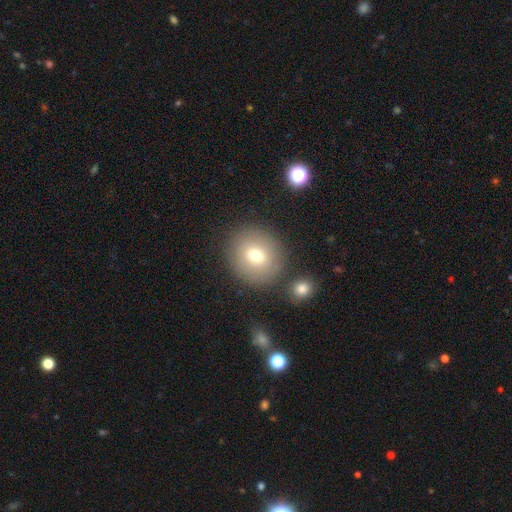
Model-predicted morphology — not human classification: This appears to be a smooth galaxy with no disk features (74%) that is round (85%). Merging: none (82%).